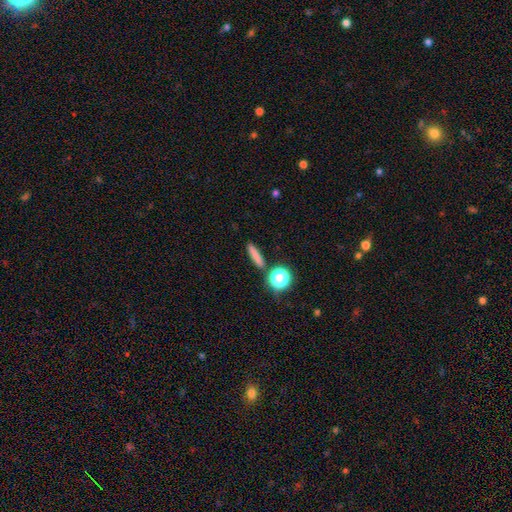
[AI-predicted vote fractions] Smooth or featured?
  - smooth: 77% *
  - star or artifact: 13%
  - featured or disk: 10%
How rounded?
  - cigar-shaped: 74% *
  - round: 13%
  - in between: 13%
Merging?
  - none: 86% *
  - minor disturbance: 7%
  - merger: 4%
  - major disturbance: 2%